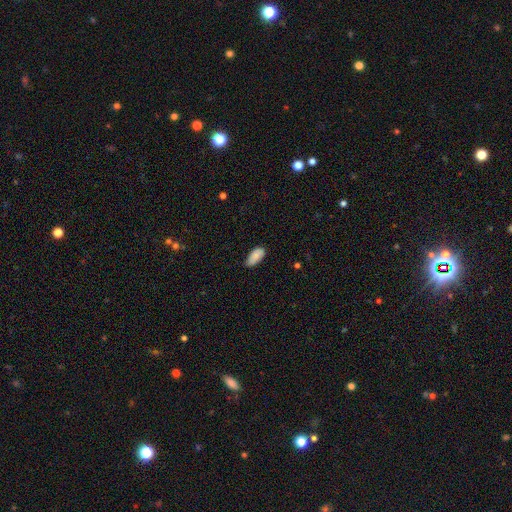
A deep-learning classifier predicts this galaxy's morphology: smooth-or-featured: smooth: 83% | featured or disk: 10% | star or artifact: 7%
  how-rounded: in between: 92% | cigar-shaped: 6% | round: 2%
  merging: none: 69% | minor disturbance: 26% | major disturbance: 4% | merger: 1%